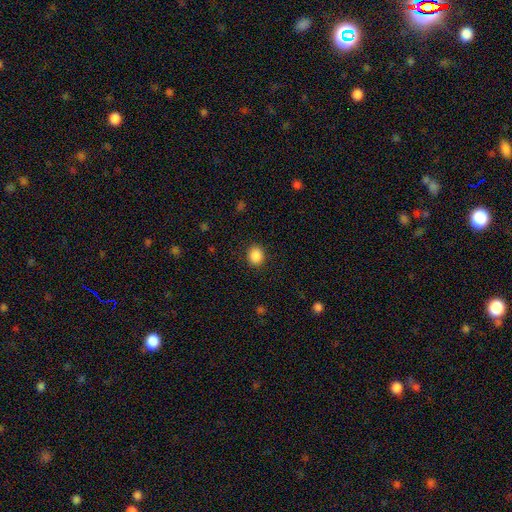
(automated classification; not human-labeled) Smooth or featured?
  - smooth: 88% *
  - star or artifact: 9%
  - featured or disk: 3%
How rounded?
  - round: 71% *
  - in between: 28%
  - cigar-shaped: 1%
Merging?
  - none: 89% *
  - minor disturbance: 7%
  - major disturbance: 3%
  - merger: 1%